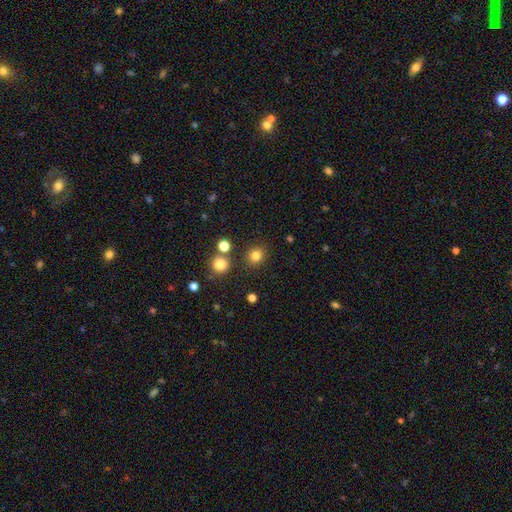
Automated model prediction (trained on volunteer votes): Smooth or featured? smooth (81%)
How rounded? round (83%)
Merging? none (84%)